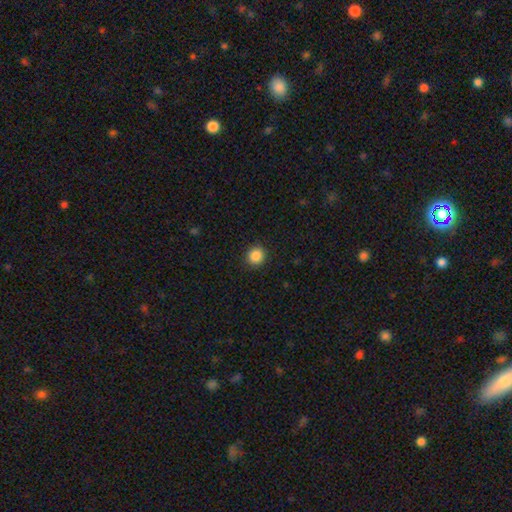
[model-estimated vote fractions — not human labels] The model was most divided on "smooth or featured": smooth: 87%, star or artifact: 10%, featured or disk: 3%. More confident: merging — none (91%); how rounded — round (89%).